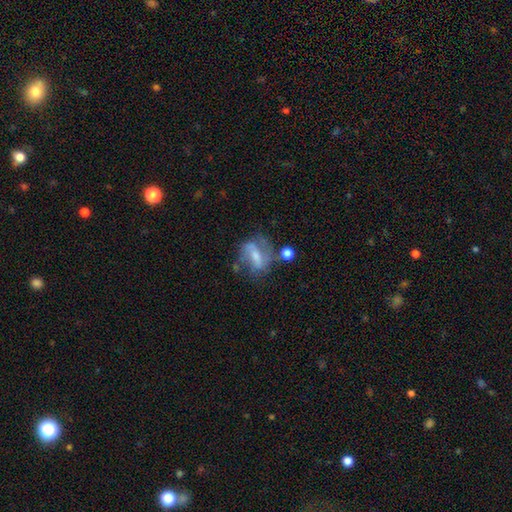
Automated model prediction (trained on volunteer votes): Smooth or featured? featured or disk (63%)
Edge-on disk? no (95%)
Bar? weak (42%)
Spiral arms? yes (76%)
Bulge size? moderate (41%)
Merging? none (43%)